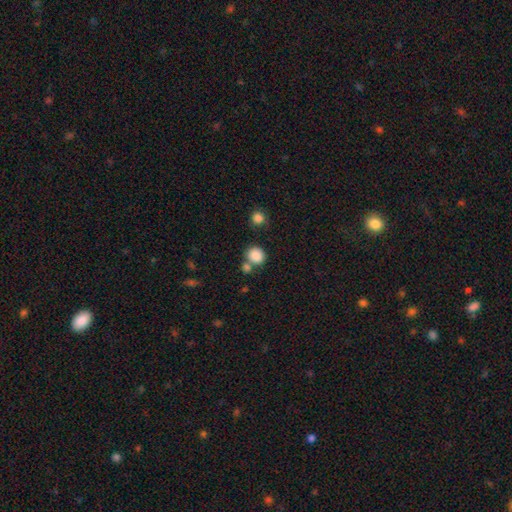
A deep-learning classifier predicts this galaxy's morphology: smooth_or_featured: smooth (p=0.86) [alt: star or artifact p=0.10]
how_rounded: round (p=0.77) [alt: in between p=0.22]
merging: none (p=0.61) [alt: merger p=0.24]